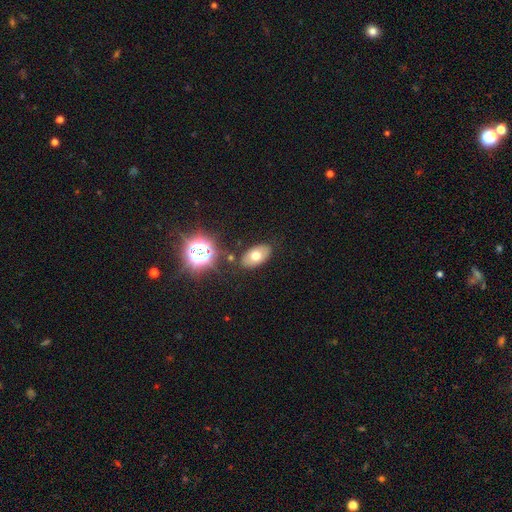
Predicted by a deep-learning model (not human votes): Smooth or featured? smooth (66%)
How rounded? in between (90%)
Merging? none (83%)